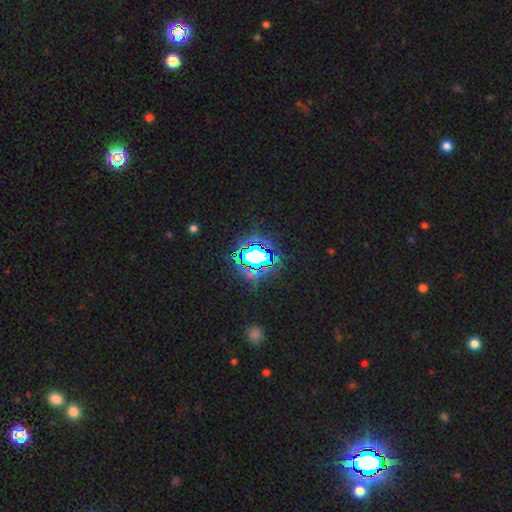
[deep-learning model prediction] smooth_or_featured: star or artifact (p=0.75) [alt: smooth p=0.14]